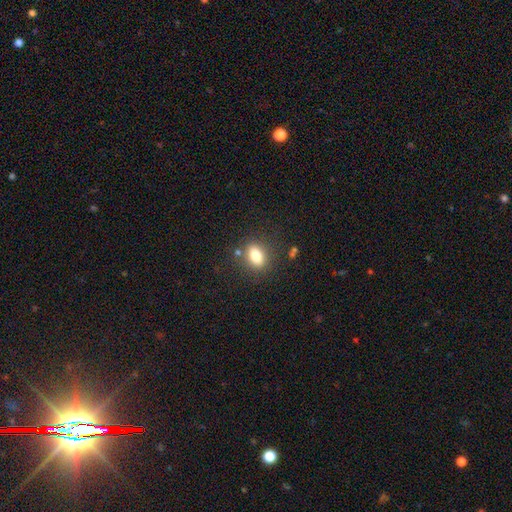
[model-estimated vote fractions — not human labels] A smooth galaxy with no disk features (80%) that is in between round and cigar-shaped (75%). Merging: none (80%).